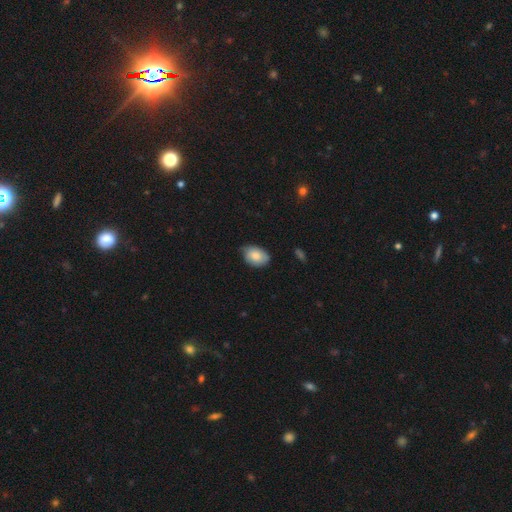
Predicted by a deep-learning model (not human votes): smooth-or-featured: smooth: 82% | featured or disk: 12% | star or artifact: 7%
  how-rounded: in between: 80% | round: 19% | cigar-shaped: 1%
  merging: none: 66% | minor disturbance: 28% | major disturbance: 4% | merger: 1%